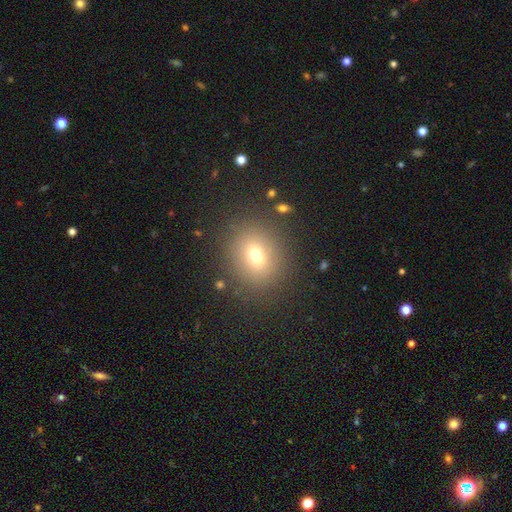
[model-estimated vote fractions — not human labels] Smooth or featured?
  - smooth: 70% *
  - star or artifact: 17%
  - featured or disk: 13%
How rounded?
  - round: 70% *
  - in between: 29%
  - cigar-shaped: 1%
Merging?
  - none: 85% *
  - minor disturbance: 9%
  - major disturbance: 5%
  - merger: 2%